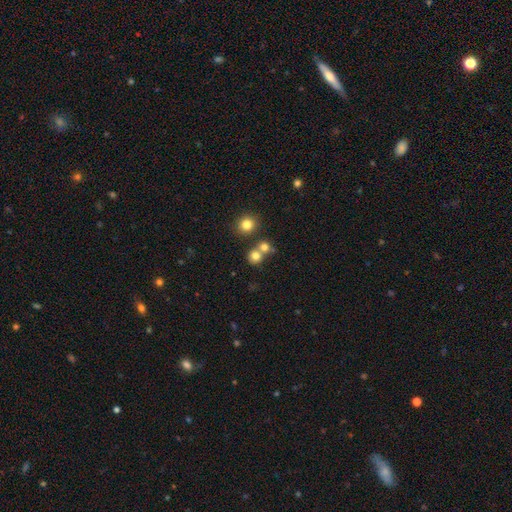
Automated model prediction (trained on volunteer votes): Morphology: type=smooth (78%); roundness=round (85%); merging=none (55%).